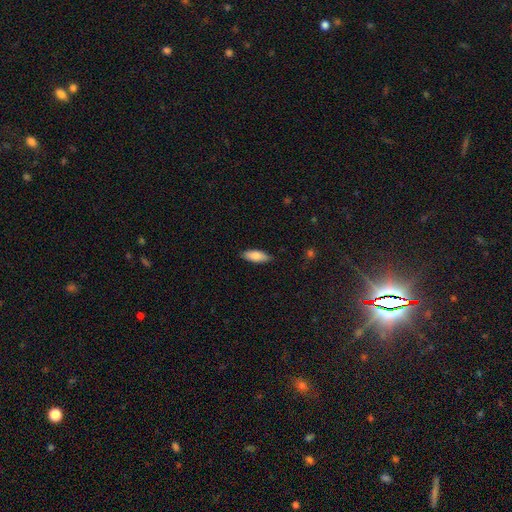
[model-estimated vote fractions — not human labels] Overall: smooth (82%). How rounded: in between (74%). Merging: none (85%).